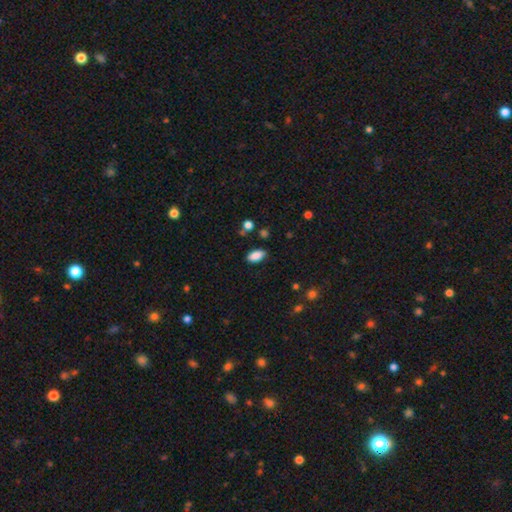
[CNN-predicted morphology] The model was most divided on "merging": none: 85%, minor disturbance: 11%, major disturbance: 2%, merger: 2%. More confident: how rounded — in between (92%); smooth or featured — smooth (88%).